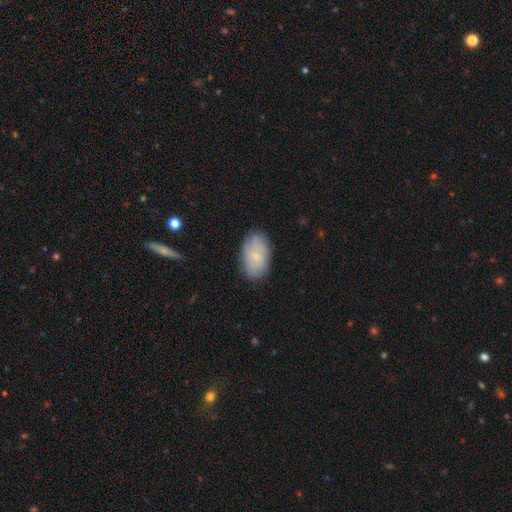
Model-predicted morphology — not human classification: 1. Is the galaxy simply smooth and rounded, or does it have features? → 71% smooth, 22% featured or disk, 7% star or artifact.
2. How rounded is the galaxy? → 93% in between, 5% round, 2% cigar-shaped.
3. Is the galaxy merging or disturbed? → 82% none, 14% minor disturbance, 3% major disturbance, 1% merger.